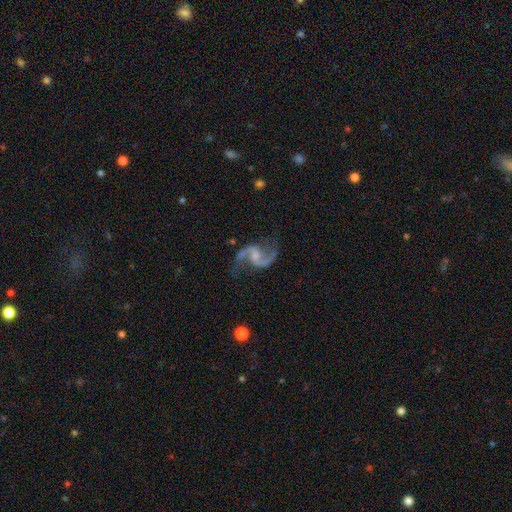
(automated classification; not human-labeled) Smooth or featured?
  - featured or disk: 92% *
  - star or artifact: 5%
  - smooth: 3%
Edge-on disk?
  - no: 98% *
  - yes: 2%
Bar?
  - no: 46% *
  - weak: 43%
  - strong: 11%
Spiral arms?
  - yes: 98% *
  - no: 2%
Spiral winding?
  - loose: 68% *
  - medium: 28%
  - tight: 4%
Spiral arm count?
  - 2: 94% *
  - 1: 1%
  - can't tell: 1%
  - 3: 1%
  - 4: 1%
  - more than 4: 1%
Bulge size?
  - small: 49% *
  - none: 24%
  - moderate: 23%
  - large: 2%
  - dominant: 1%
Merging?
  - none: 72% *
  - minor disturbance: 16%
  - major disturbance: 10%
  - merger: 2%